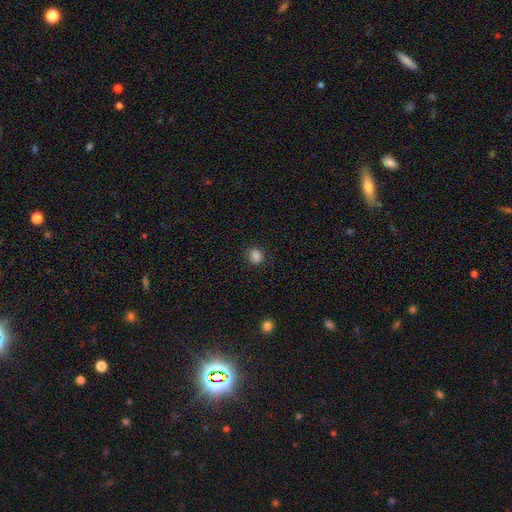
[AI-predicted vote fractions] This appears to be a smooth galaxy with no disk features (85%) that is round (74%). Merging: none (85%).